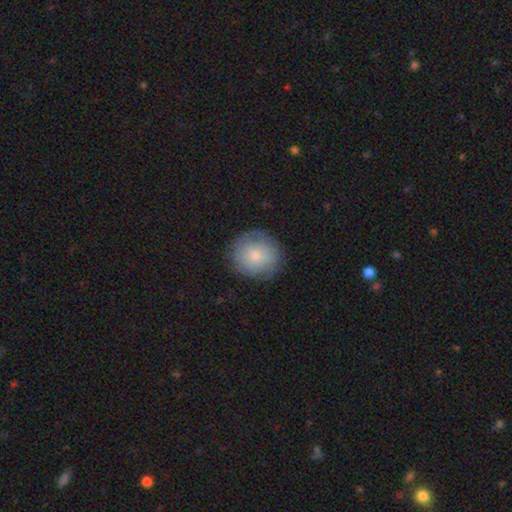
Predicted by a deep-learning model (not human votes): A smooth galaxy with no disk features (72%) that is round (90%). Merging: none (82%).